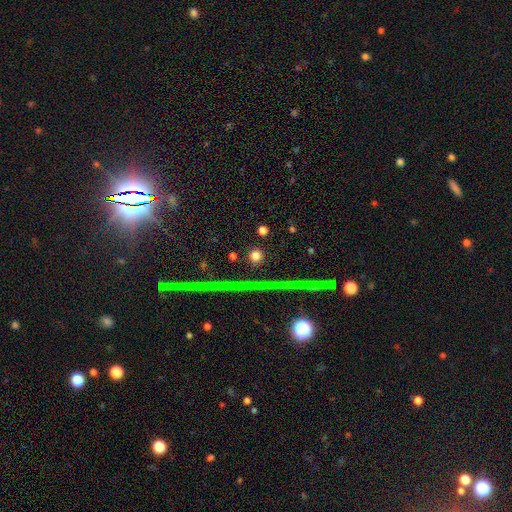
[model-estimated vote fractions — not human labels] This appears to be a smooth galaxy with no disk features (67%) that is round (96%). Merging: none (90%).